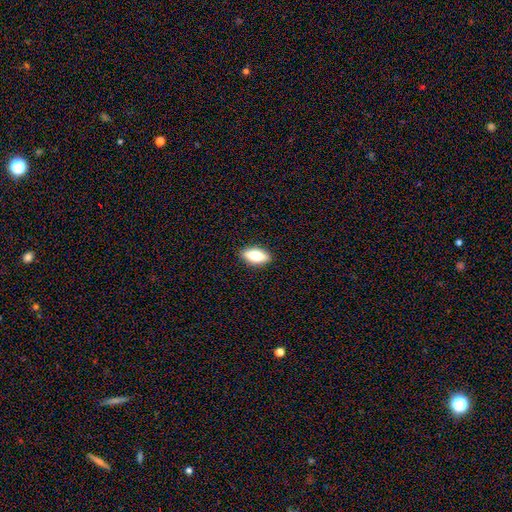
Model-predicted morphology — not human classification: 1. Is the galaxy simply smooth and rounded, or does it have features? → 68% smooth, 25% featured or disk, 7% star or artifact.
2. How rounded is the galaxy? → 81% in between, 14% cigar-shaped, 4% round.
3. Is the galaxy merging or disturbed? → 89% none, 8% minor disturbance, 2% major disturbance, 1% merger.